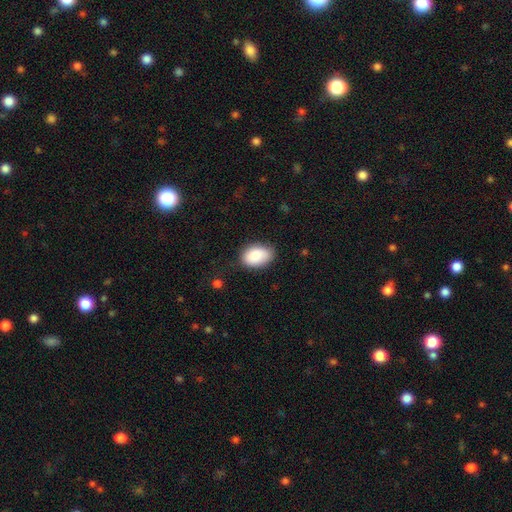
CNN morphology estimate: Q: Smooth or featured?
A: smooth (86%); runner-up: featured or disk (7%)
Q: How rounded?
A: in between (87%); runner-up: round (12%)
Q: Merging?
A: none (78%); runner-up: minor disturbance (17%)